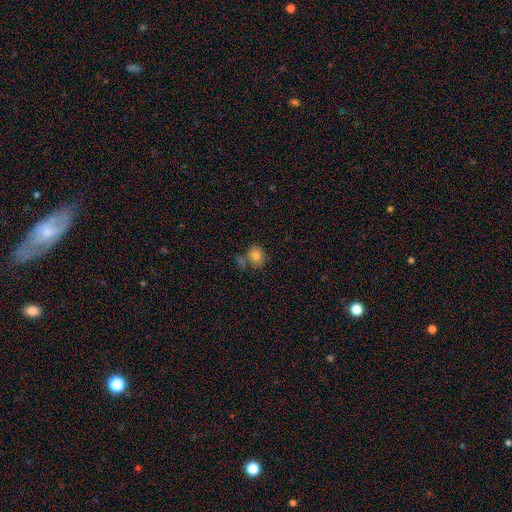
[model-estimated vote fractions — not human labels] Smooth or featured? Predicted: smooth (p=0.80). How rounded? Predicted: round (p=0.66). Merging? Predicted: none (p=0.64).